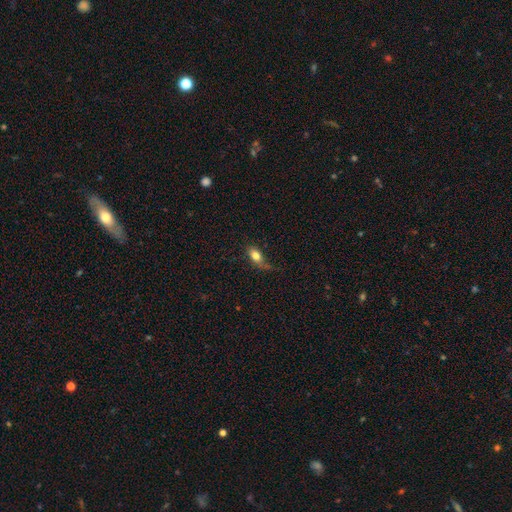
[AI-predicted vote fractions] Q: Smooth or featured?
A: smooth (78%); runner-up: featured or disk (14%)
Q: How rounded?
A: in between (82%); runner-up: round (12%)
Q: Merging?
A: none (48%); runner-up: minor disturbance (30%)